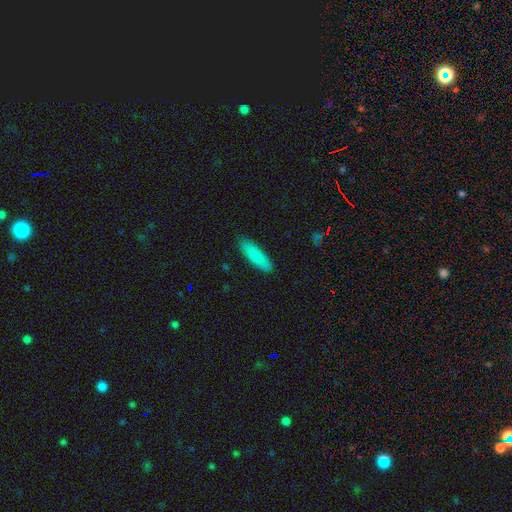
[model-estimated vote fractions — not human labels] Morphology: type=smooth (86%); roundness=cigar-shaped (58%); merging=none (87%).